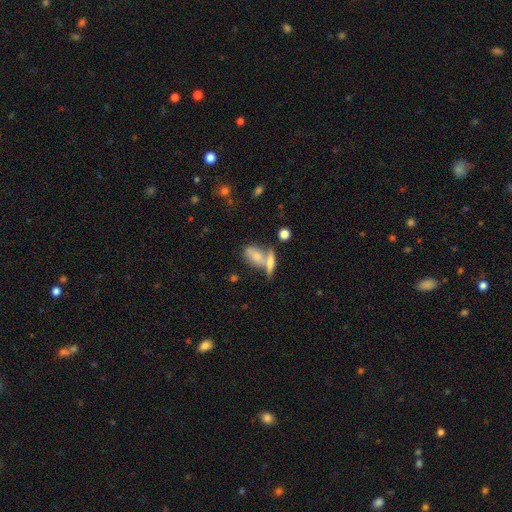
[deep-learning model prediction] The model was most divided on "merging": merger: 47%, none: 36%, minor disturbance: 11%, major disturbance: 6%. More confident: how rounded — in between (72%); smooth or featured — smooth (62%).